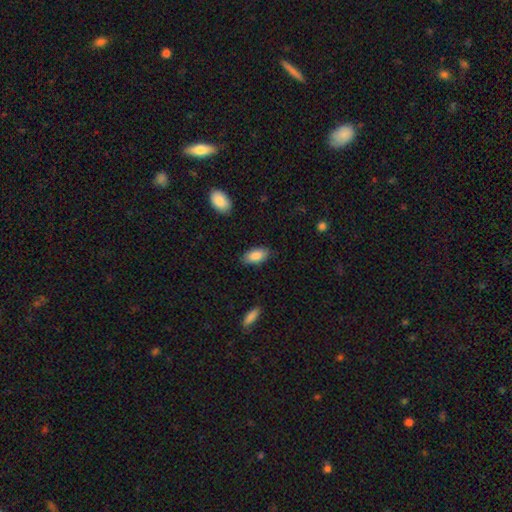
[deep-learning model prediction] smooth-or-featured: smooth: 86% | featured or disk: 8% | star or artifact: 7%
  how-rounded: in between: 92% | cigar-shaped: 6% | round: 3%
  merging: none: 84% | minor disturbance: 13% | major disturbance: 3% | merger: 1%